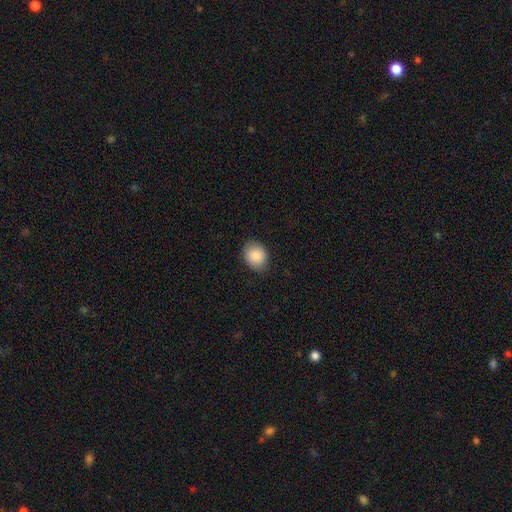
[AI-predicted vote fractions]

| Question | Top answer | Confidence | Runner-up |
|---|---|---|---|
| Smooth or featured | smooth | 87% | star or artifact (7%) |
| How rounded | round | 54% | in between (45%) |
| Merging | none | 85% | minor disturbance (12%) |